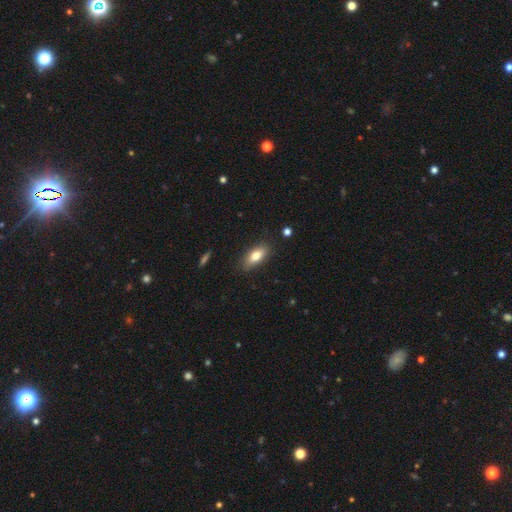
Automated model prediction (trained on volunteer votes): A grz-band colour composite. It shows a smooth galaxy with no disk features (75%) that is in between round and cigar-shaped (82%). Merging: none (85%).